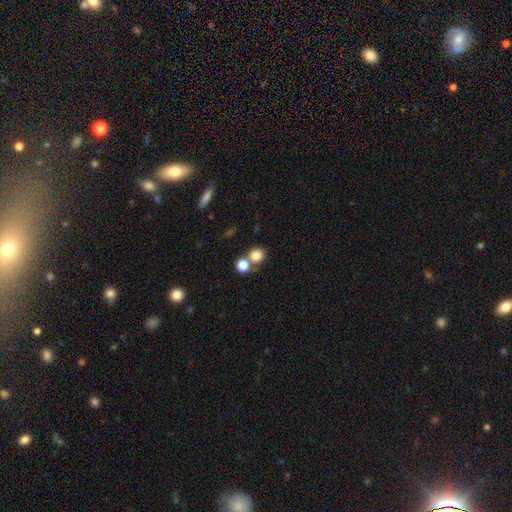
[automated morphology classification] smooth 81%, star or artifact 12%, featured or disk 8%. Down the decision tree: how rounded — round (82%); merging — none (53%).